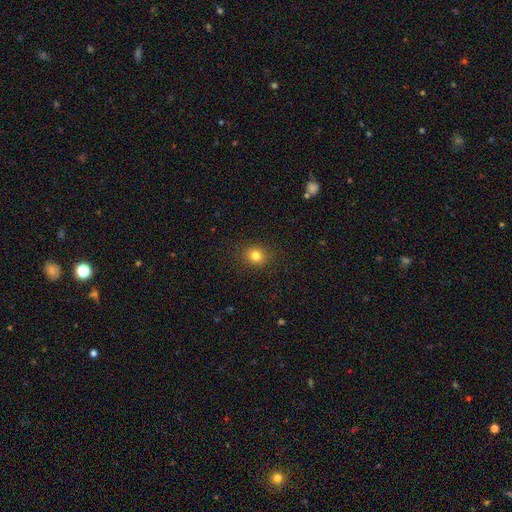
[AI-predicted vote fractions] Overall: smooth (81%). How rounded: round (76%). Merging: none (90%).